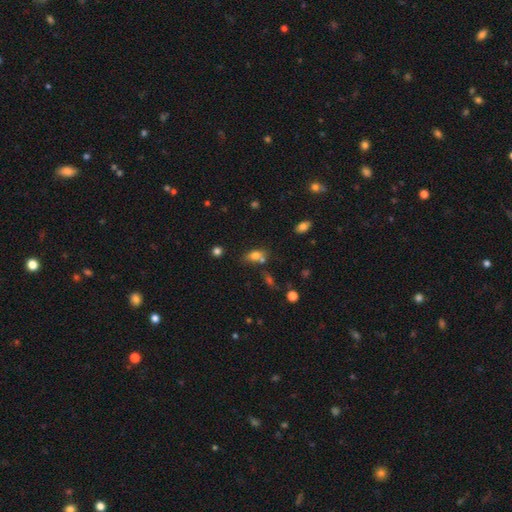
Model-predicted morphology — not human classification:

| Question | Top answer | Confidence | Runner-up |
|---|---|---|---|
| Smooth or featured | smooth | 73% | featured or disk (14%) |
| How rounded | in between | 78% | round (15%) |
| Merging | none | 47% | merger (32%) |